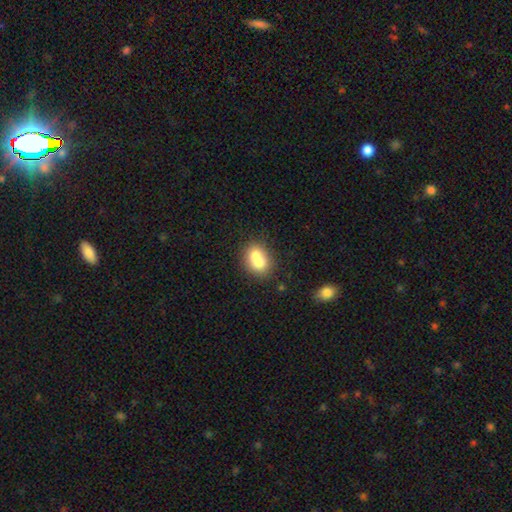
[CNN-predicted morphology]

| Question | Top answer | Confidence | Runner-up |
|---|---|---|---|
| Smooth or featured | smooth | 70% | featured or disk (20%) |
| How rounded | in between | 50% | round (48%) |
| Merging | merger | 52% | none (34%) |